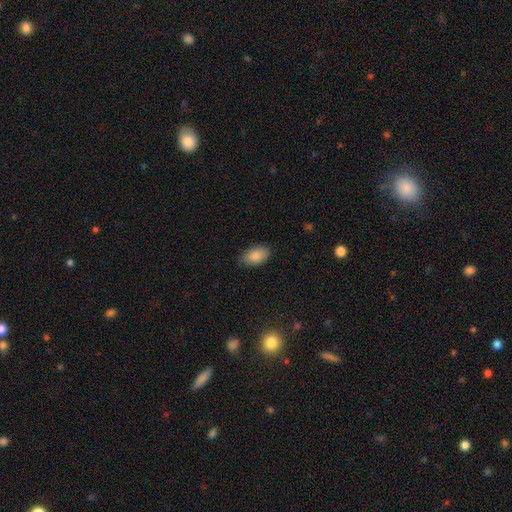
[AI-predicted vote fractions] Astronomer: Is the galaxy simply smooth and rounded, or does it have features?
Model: smooth — 86%.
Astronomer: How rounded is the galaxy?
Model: in between — 92%.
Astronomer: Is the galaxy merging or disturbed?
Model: none — 79%.